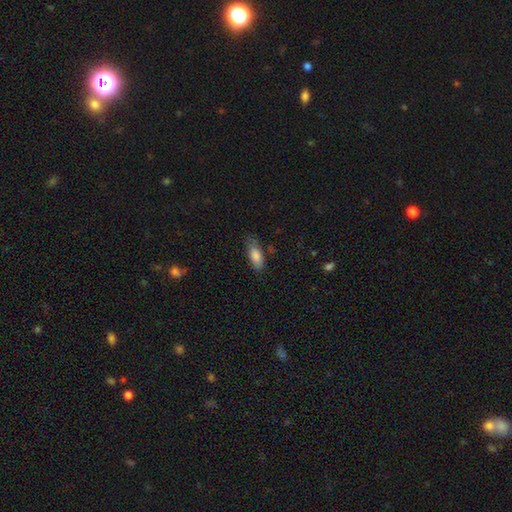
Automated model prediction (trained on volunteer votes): Overall: smooth (83%). How rounded: in between (75%). Merging: none (69%).